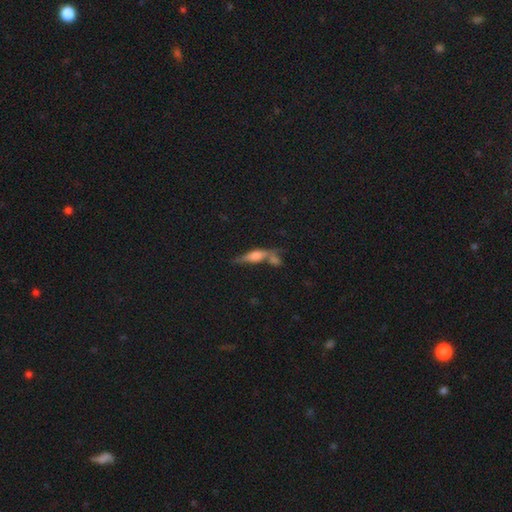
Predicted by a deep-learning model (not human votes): Smooth or featured? featured or disk (49%)
Merging? none (45%)